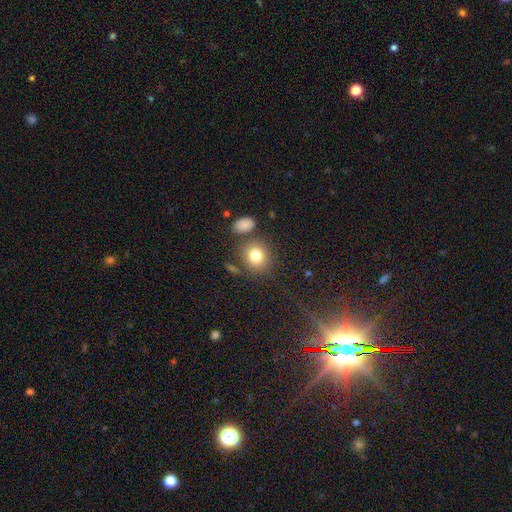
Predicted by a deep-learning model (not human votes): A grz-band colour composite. It shows a smooth galaxy with no disk features (81%) that is round (76%). Merging: none (74%).